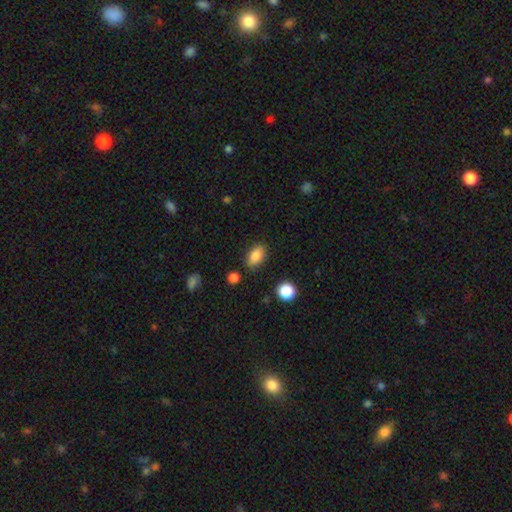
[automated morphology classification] The model was most divided on "merging": none: 83%, minor disturbance: 11%, major disturbance: 3%, merger: 3%. More confident: how rounded — in between (88%); smooth or featured — smooth (85%).